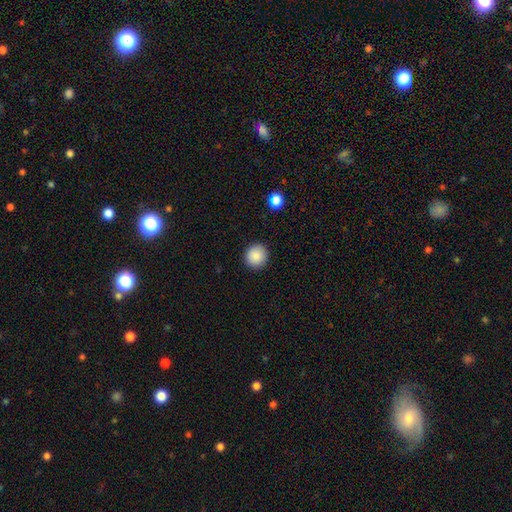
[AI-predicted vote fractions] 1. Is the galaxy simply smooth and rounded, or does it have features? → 88% smooth, 8% star or artifact, 3% featured or disk.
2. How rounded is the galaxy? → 93% round, 6% in between, 1% cigar-shaped.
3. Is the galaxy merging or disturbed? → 92% none, 5% minor disturbance, 2% major disturbance, 1% merger.